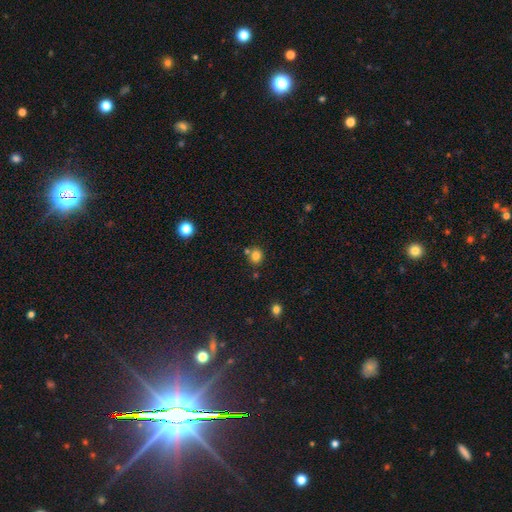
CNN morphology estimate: Overall: smooth (81%). How rounded: round (79%). Merging: none (70%).